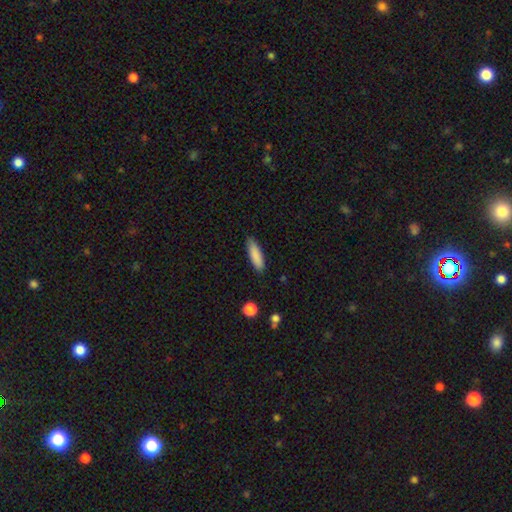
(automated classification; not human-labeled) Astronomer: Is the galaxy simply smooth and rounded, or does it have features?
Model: smooth — 87%.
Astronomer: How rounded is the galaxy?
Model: cigar-shaped — 62%.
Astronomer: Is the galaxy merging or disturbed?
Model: none — 86%.